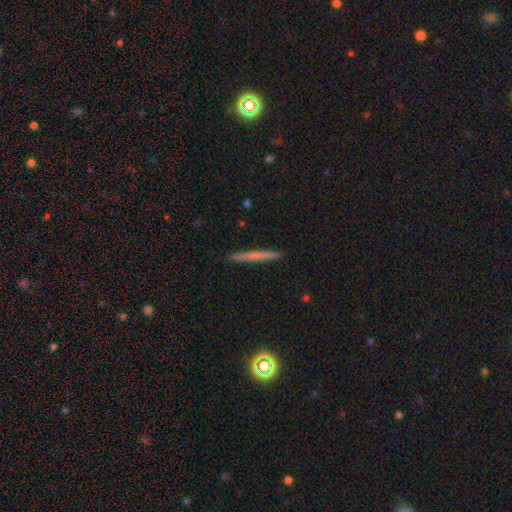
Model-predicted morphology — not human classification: smooth_or_featured: smooth (p=0.62) [alt: featured or disk p=0.32]
how_rounded: cigar-shaped (p=0.97) [alt: in between p=0.02]
merging: none (p=0.92) [alt: minor disturbance p=0.06]